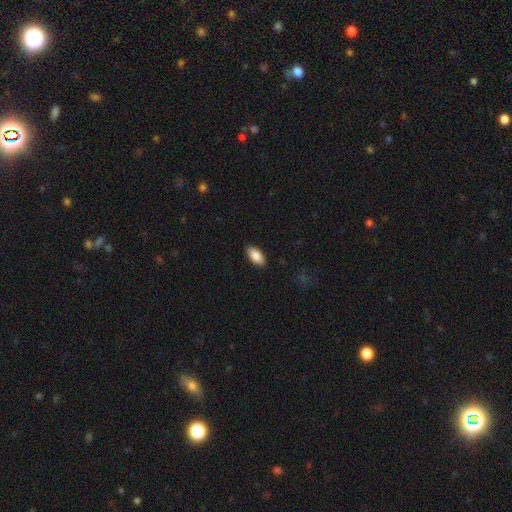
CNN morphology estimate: Smooth or featured?
  - smooth: 88% *
  - star or artifact: 6%
  - featured or disk: 6%
How rounded?
  - in between: 92% *
  - cigar-shaped: 6%
  - round: 2%
Merging?
  - none: 89% *
  - minor disturbance: 8%
  - major disturbance: 2%
  - merger: 1%